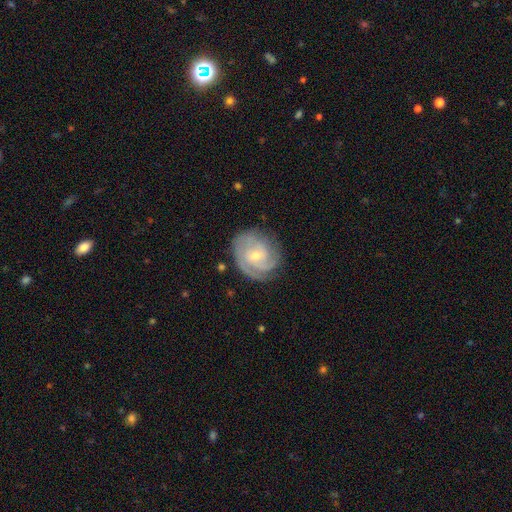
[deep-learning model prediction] Smooth or featured? featured or disk (82%)
Edge-on disk? no (98%)
Bar? no (50%)
Spiral arms? yes (96%)
Spiral winding? tight (58%)
Spiral arm count? 3 (35%)
Bulge size? small (57%)
Merging? none (76%)